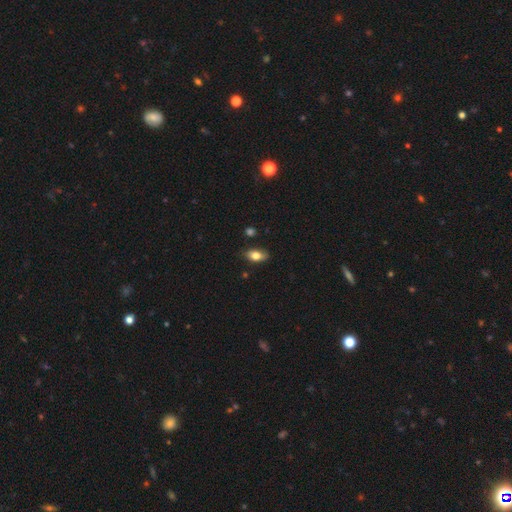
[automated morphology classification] A smooth galaxy with no disk features (78%) that is in between round and cigar-shaped (88%).

Vote fractions:
- Smooth or featured? smooth: 78% / featured or disk: 15% / star or artifact: 8%
- How rounded? in between: 88% / round: 7% / cigar-shaped: 5%
- Merging? none: 81% / minor disturbance: 14% / major disturbance: 2% / merger: 2%